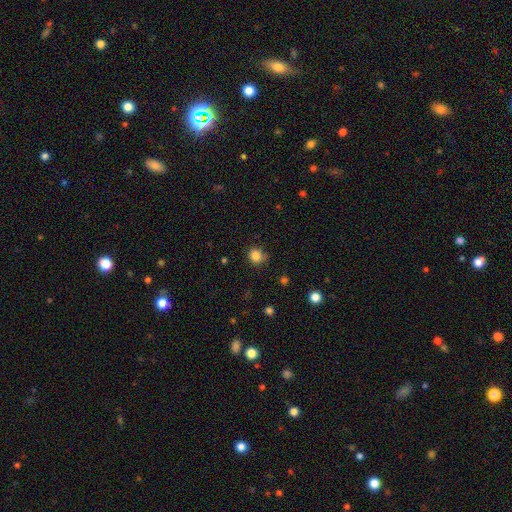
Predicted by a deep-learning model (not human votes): Smooth or featured?
  - smooth: 83% *
  - star or artifact: 12%
  - featured or disk: 5%
How rounded?
  - round: 87% *
  - in between: 12%
  - cigar-shaped: 1%
Merging?
  - none: 74% *
  - minor disturbance: 19%
  - major disturbance: 4%
  - merger: 3%